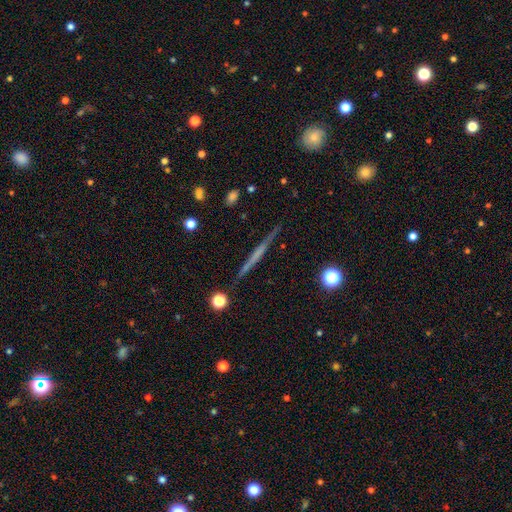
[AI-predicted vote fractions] Smooth or featured? Predicted: featured or disk (p=0.63). Edge-on disk? Predicted: yes (p=0.97). Edge-on bulge? Predicted: none (p=0.78). Merging? Predicted: none (p=0.91).